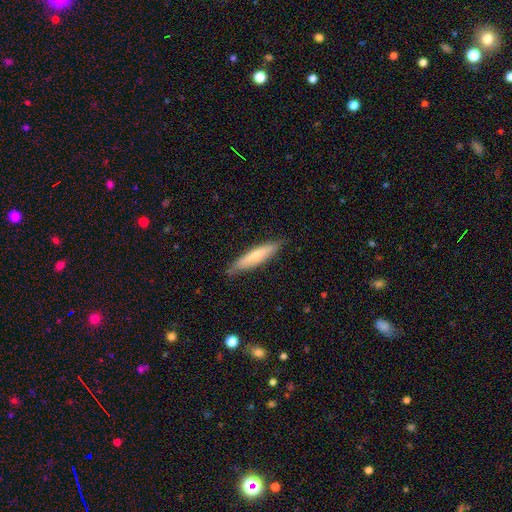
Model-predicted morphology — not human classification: Smooth or featured? Predicted: smooth (p=0.58). How rounded? Predicted: cigar-shaped (p=0.85). Merging? Predicted: none (p=0.82).